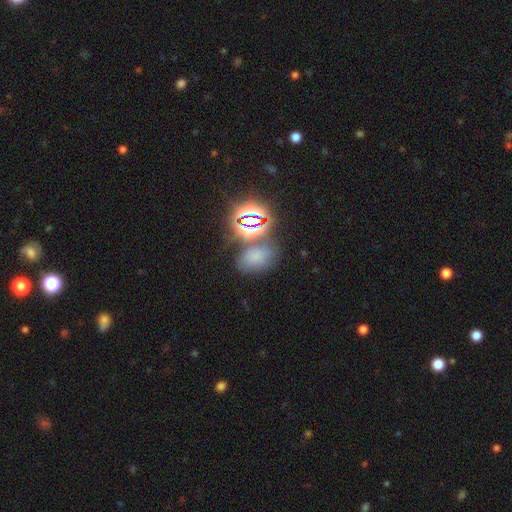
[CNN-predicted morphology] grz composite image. It shows a smooth galaxy with no disk features (51%) that is in between round and cigar-shaped (72%). Merging: none (56%).